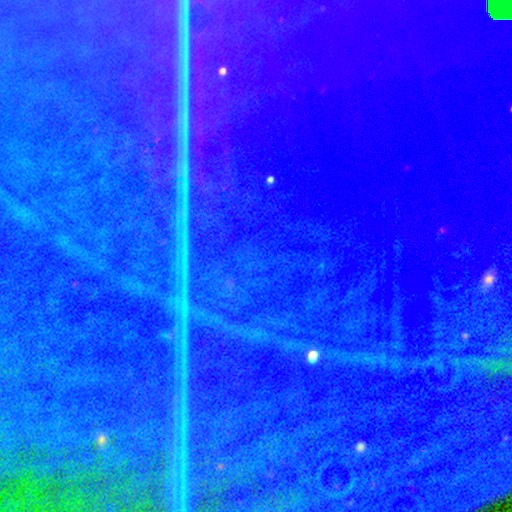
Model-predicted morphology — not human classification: type=star or artifact (89%).